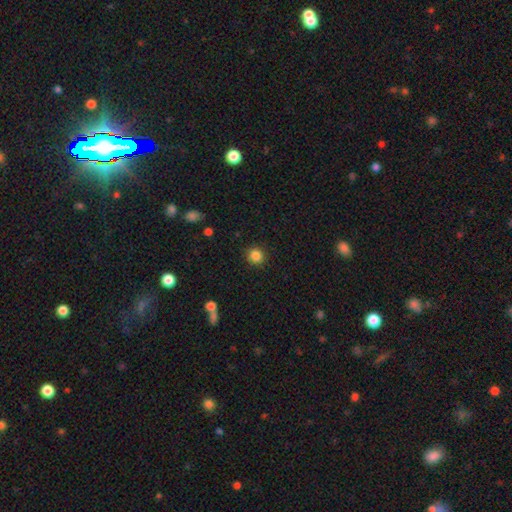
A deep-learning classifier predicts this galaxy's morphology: Overall: smooth (85%). How rounded: round (90%). Merging: none (91%).